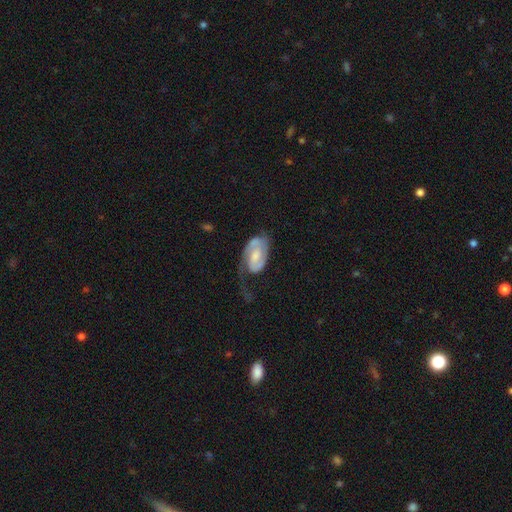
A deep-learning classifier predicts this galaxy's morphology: This is likely a featured or disk galaxy (76%). It is clearly not viewed edge-on (97%). Bar: marginally weak (44%). Spiral arm pattern: clearly yes (91%). Spiral arm count: marginally 2 (44%). Spiral winding: marginally tight (39%). Central bulge: marginally moderate (42%). Merging: marginally major disturbance (40%).